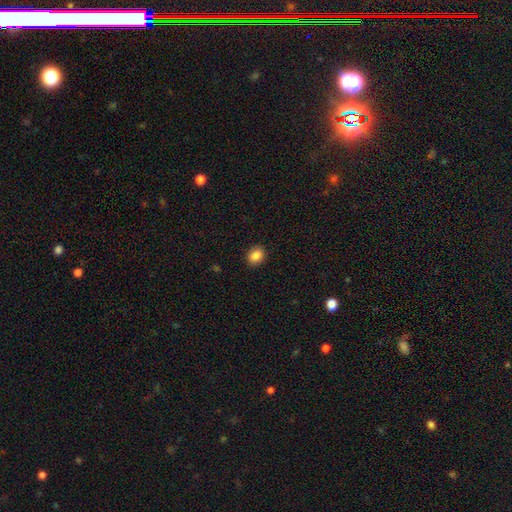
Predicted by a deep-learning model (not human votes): Overall: smooth (86%). How rounded: in between (50%; round 49%). Merging: none (90%).